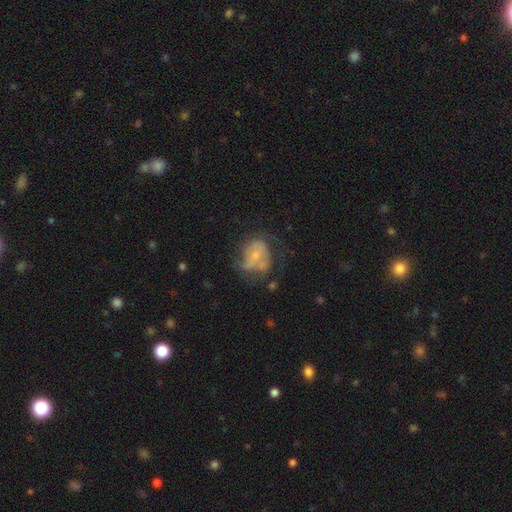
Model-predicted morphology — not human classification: Overall: featured or disk (57%; smooth 33%). Edge-on disk: no (97%). Bar: no (64%; weak 28%). Spiral arms: yes (58%; no 42%). Bulge size: small (61%; moderate 23%). Merging: none (34%; major disturbance 33%).